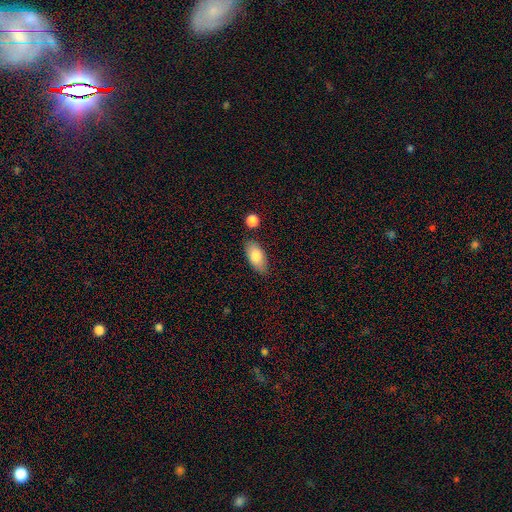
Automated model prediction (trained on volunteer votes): This is clearly a smooth galaxy (82%). How rounded: clearly in between (91%). Merging: likely none (78%).